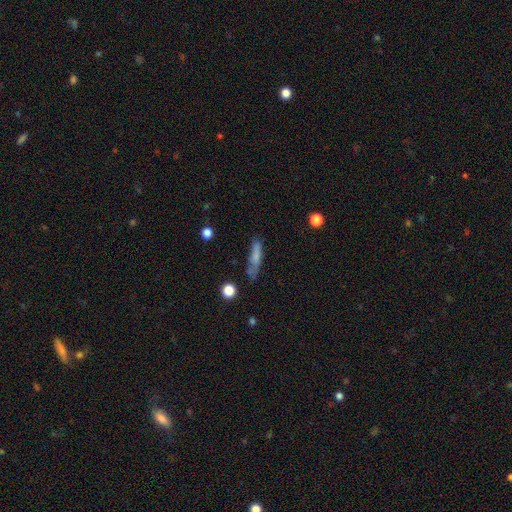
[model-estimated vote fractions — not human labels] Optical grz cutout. It shows a smooth galaxy with no disk features (69%) that is cigar-shaped (78%). Merging: none (56%).